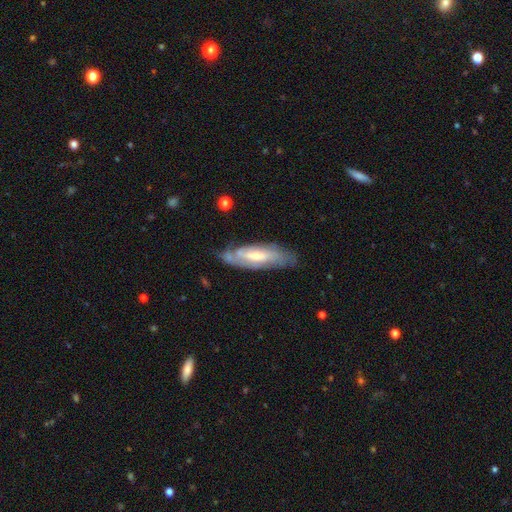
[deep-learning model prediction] smooth_or_featured: featured or disk (p=0.60) [alt: smooth p=0.34]
disk_edge_on: no (p=0.70) [alt: yes p=0.30]
merging: none (p=0.62) [alt: minor disturbance p=0.25]